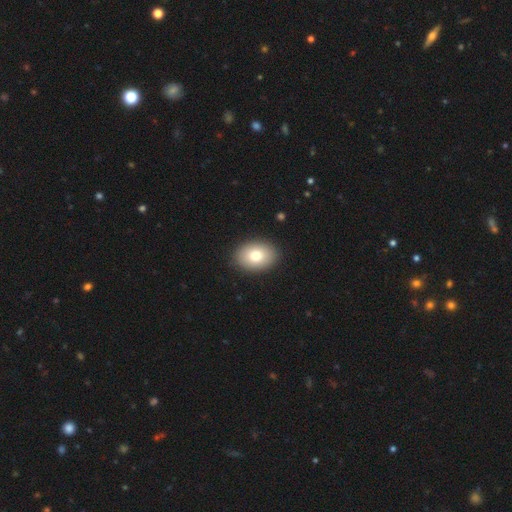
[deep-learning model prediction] A smooth galaxy with no disk features (81%) that is in between round and cigar-shaped (78%).

Vote fractions:
- Smooth or featured? smooth: 81% / featured or disk: 12% / star or artifact: 8%
- How rounded? in between: 78% / round: 21% / cigar-shaped: 1%
- Merging? none: 90% / minor disturbance: 7% / major disturbance: 2% / merger: 1%